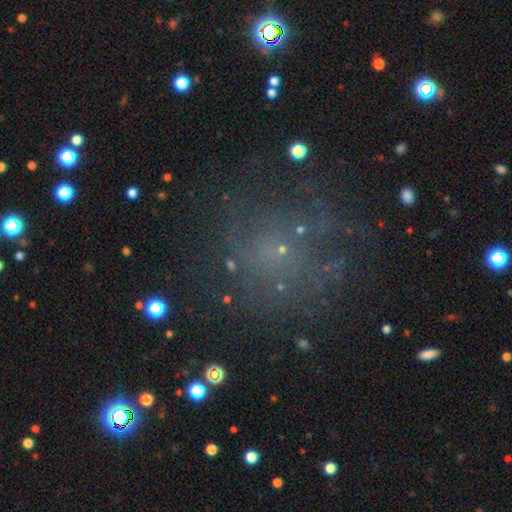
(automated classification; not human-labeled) Smooth or featured? Predicted: smooth (p=0.41). Merging? Predicted: none (p=0.71).